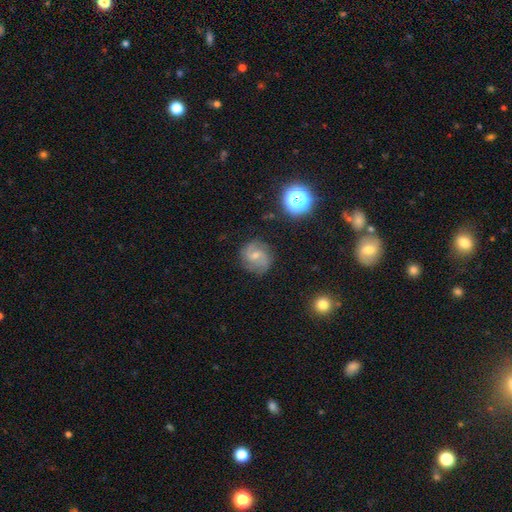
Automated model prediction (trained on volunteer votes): Smooth or featured? featured or disk (64%)
Edge-on disk? no (97%)
Bar? weak (52%)
Spiral arms? yes (91%)
Spiral winding? medium (49%)
Spiral arm count? 2 (81%)
Bulge size? small (50%)
Merging? none (77%)